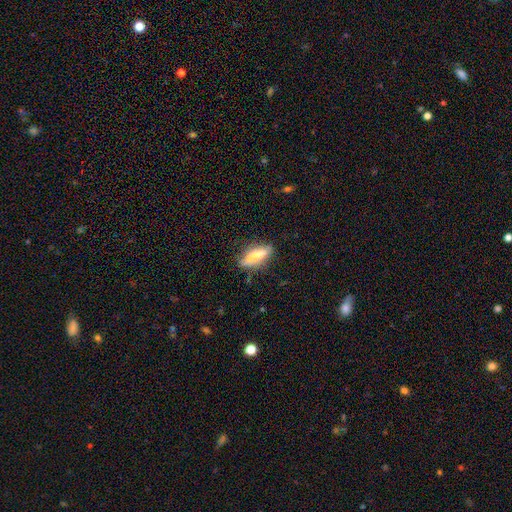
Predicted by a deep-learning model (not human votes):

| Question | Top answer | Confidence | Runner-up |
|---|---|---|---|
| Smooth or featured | smooth | 59% | featured or disk (34%) |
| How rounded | cigar-shaped | 62% | in between (35%) |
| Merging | none | 77% | minor disturbance (16%) |